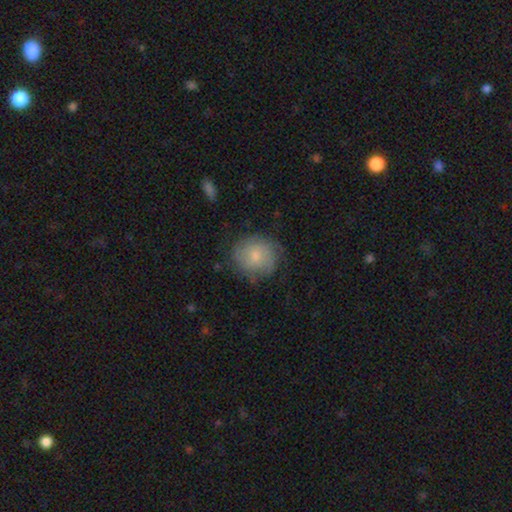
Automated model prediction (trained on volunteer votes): This appears to be a smooth galaxy with no disk features (69%) that is round (85%). Merging: none (71%).